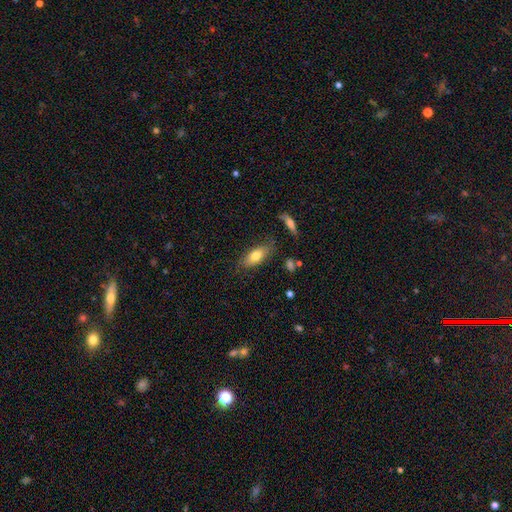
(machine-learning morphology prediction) Smooth or featured?
  - smooth: 71% *
  - featured or disk: 21%
  - star or artifact: 7%
How rounded?
  - in between: 77% *
  - cigar-shaped: 20%
  - round: 3%
Merging?
  - none: 75% *
  - minor disturbance: 17%
  - major disturbance: 4%
  - merger: 3%